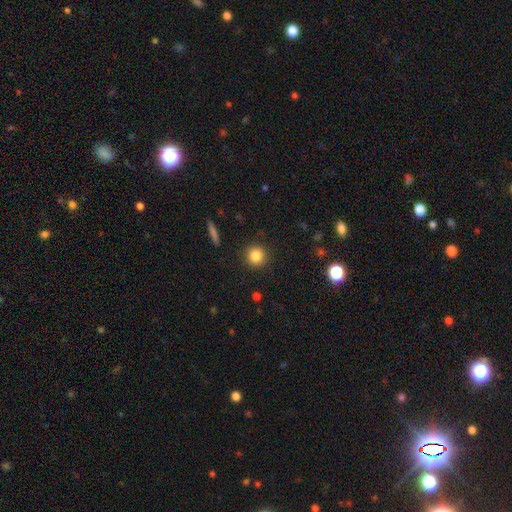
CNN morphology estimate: smooth-or-featured: smooth: 84% | star or artifact: 11% | featured or disk: 6%
  how-rounded: round: 93% | in between: 6% | cigar-shaped: 1%
  merging: none: 91% | minor disturbance: 6% | major disturbance: 2% | merger: 1%